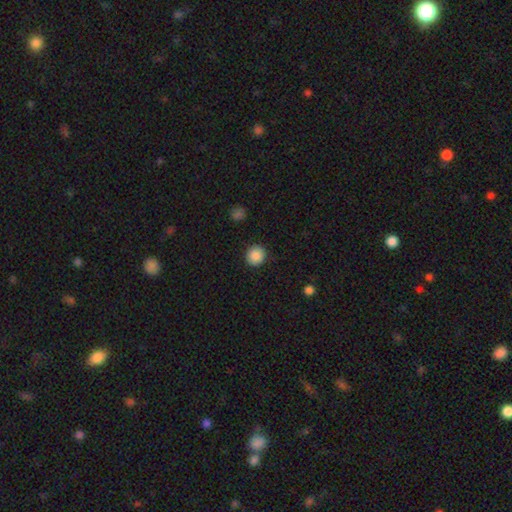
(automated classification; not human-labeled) Smooth or featured?
  - smooth: 88% *
  - star or artifact: 9%
  - featured or disk: 4%
How rounded?
  - round: 91% *
  - in between: 8%
  - cigar-shaped: 1%
Merging?
  - none: 91% *
  - minor disturbance: 6%
  - major disturbance: 2%
  - merger: 1%